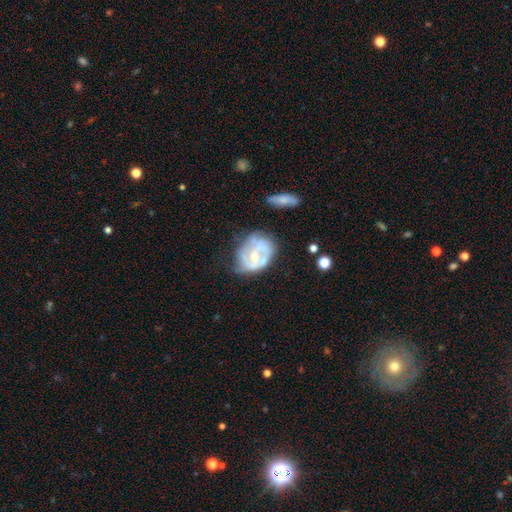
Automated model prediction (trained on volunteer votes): Q: Smooth or featured?
A: featured or disk (69%); runner-up: smooth (25%)
Q: Edge-on disk?
A: no (97%); runner-up: yes (3%)
Q: Bar?
A: no (53%); runner-up: weak (37%)
Q: Spiral arms?
A: yes (60%); runner-up: no (40%)
Q: Bulge size?
A: small (45%); runner-up: moderate (43%)
Q: Merging?
A: none (41%); runner-up: minor disturbance (30%)